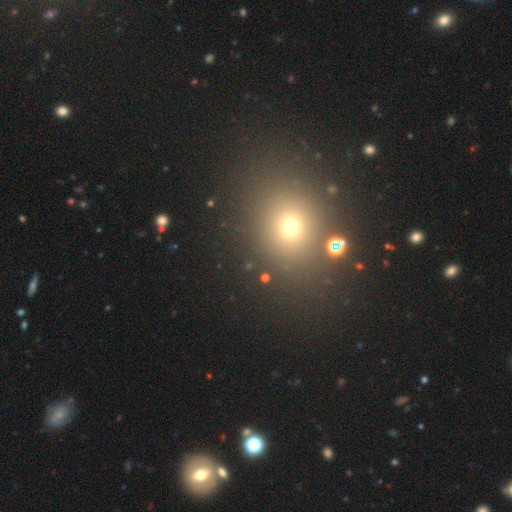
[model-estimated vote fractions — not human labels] This appears to be a smooth galaxy with no disk features (57%) that is round (64%). Merging: none (86%).